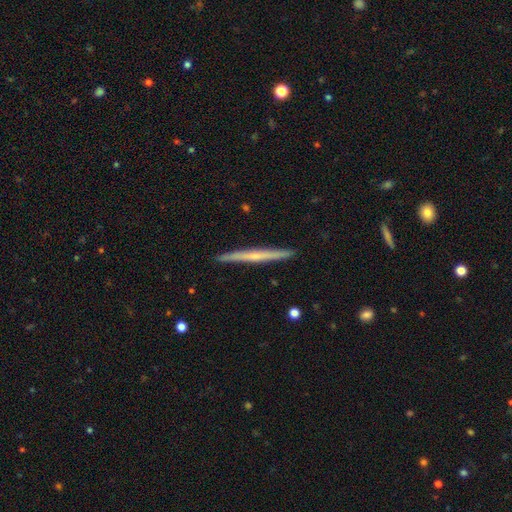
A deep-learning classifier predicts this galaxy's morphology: Smooth or featured? Predicted: featured or disk (p=0.59). Edge-on disk? Predicted: yes (p=0.98). Edge-on bulge? Predicted: none (p=0.62). Merging? Predicted: none (p=0.92).